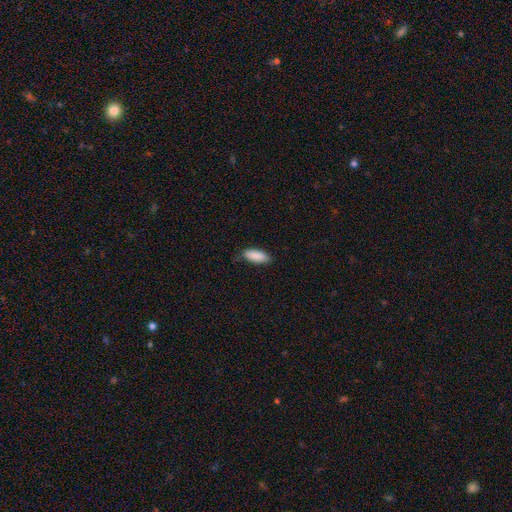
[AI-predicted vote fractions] smooth_or_featured: smooth (p=0.89) [alt: star or artifact p=0.06]
how_rounded: in between (p=0.77) [alt: cigar-shaped p=0.22]
merging: none (p=0.74) [alt: minor disturbance p=0.21]